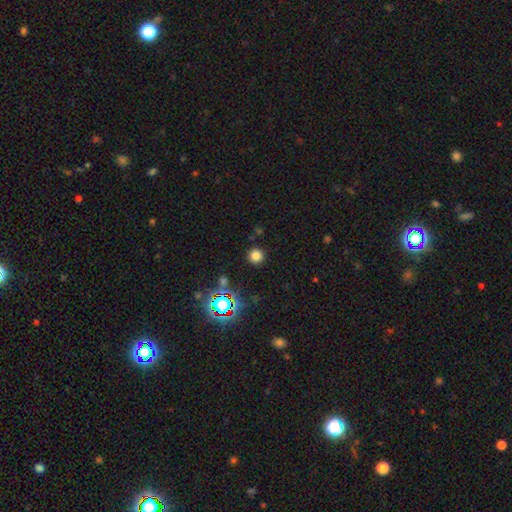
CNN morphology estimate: Smooth or featured?
  - smooth: 76% *
  - star or artifact: 19%
  - featured or disk: 5%
How rounded?
  - round: 94% *
  - in between: 5%
  - cigar-shaped: 1%
Merging?
  - none: 89% *
  - minor disturbance: 6%
  - major disturbance: 3%
  - merger: 2%